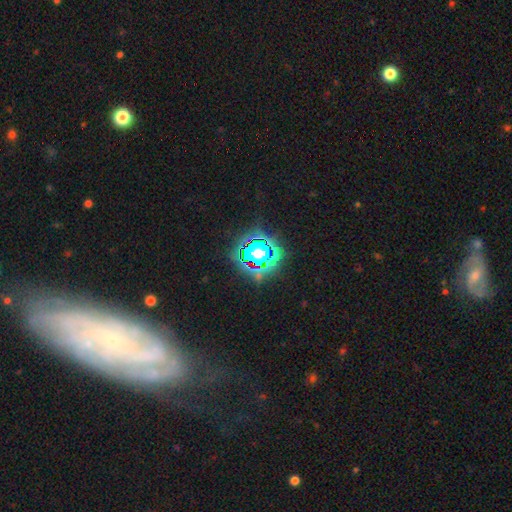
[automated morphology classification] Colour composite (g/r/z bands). It shows a star or artifact, not a galaxy (67%).